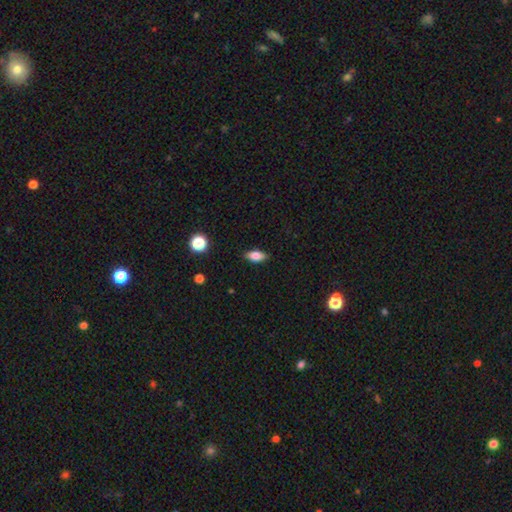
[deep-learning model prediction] A smooth galaxy with no disk features (72%) that is in between round and cigar-shaped (83%). Merging: none (86%).